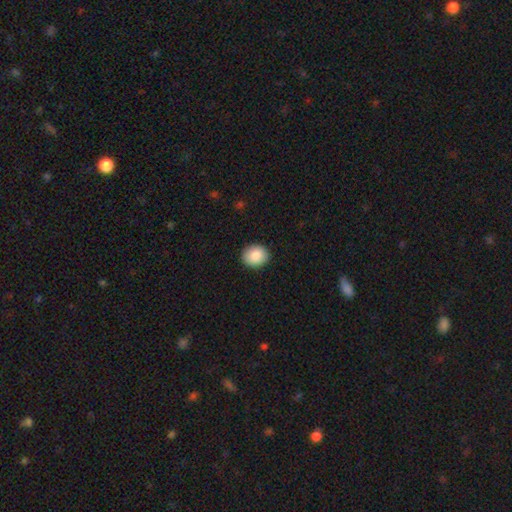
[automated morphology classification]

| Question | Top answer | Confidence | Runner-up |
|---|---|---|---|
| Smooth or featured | smooth | 86% | star or artifact (7%) |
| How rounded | round | 60% | in between (39%) |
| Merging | none | 91% | minor disturbance (7%) |